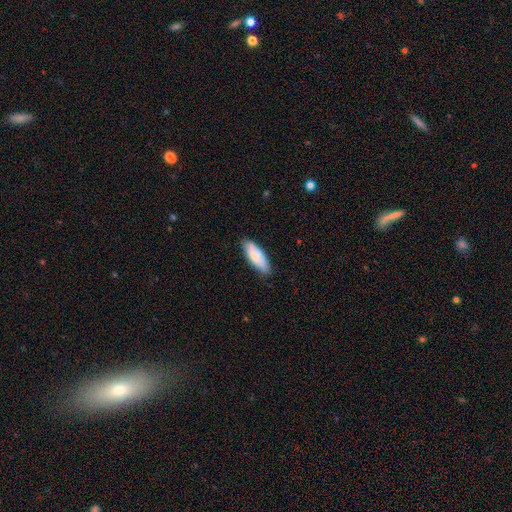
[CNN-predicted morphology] Q: Smooth or featured?
A: smooth (72%); runner-up: featured or disk (22%)
Q: How rounded?
A: in between (71%); runner-up: cigar-shaped (27%)
Q: Merging?
A: none (77%); runner-up: minor disturbance (18%)